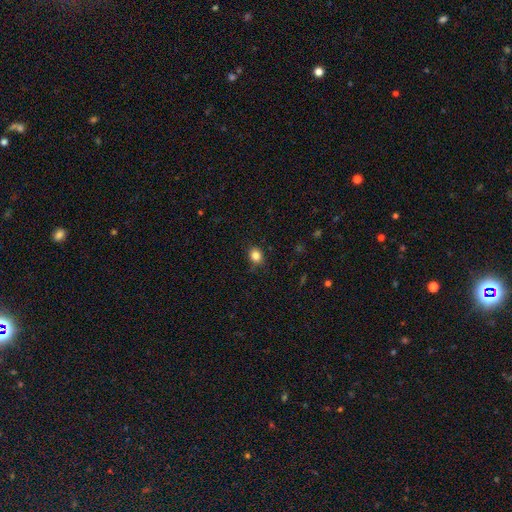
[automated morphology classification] smooth 84%, star or artifact 11%, featured or disk 5%. Down the decision tree: how rounded — round (66%); merging — none (83%).